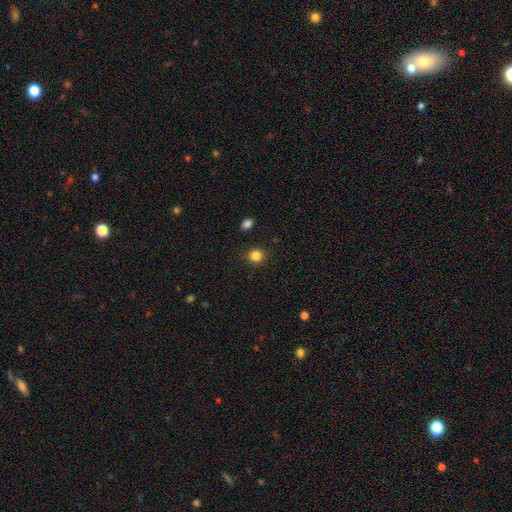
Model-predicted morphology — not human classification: smooth_or_featured: smooth (p=0.84) [alt: star or artifact p=0.12]
how_rounded: round (p=0.88) [alt: in between p=0.11]
merging: none (p=0.90) [alt: minor disturbance p=0.07]